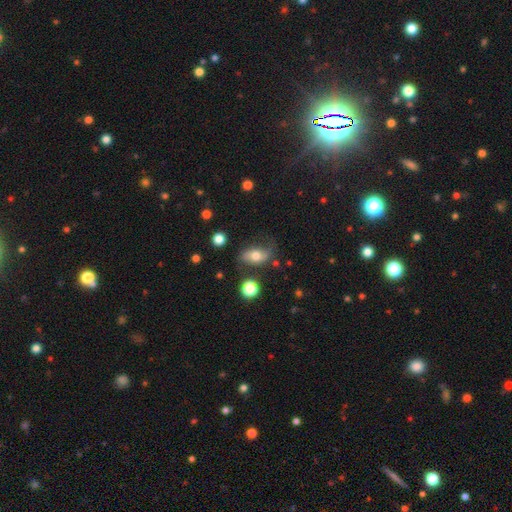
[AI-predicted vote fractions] Q: Smooth or featured?
A: smooth (53%); runner-up: featured or disk (37%)
Q: How rounded?
A: in between (83%); runner-up: round (13%)
Q: Merging?
A: none (62%); runner-up: minor disturbance (24%)